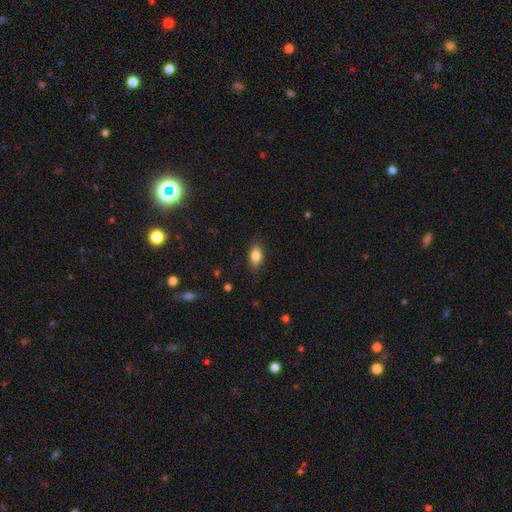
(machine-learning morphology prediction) This appears to be a smooth galaxy with no disk features (83%) that is in between round and cigar-shaped (87%). Merging: none (83%).